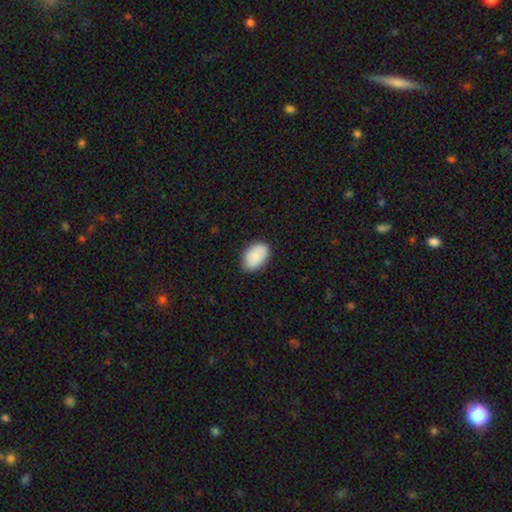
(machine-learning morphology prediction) This appears to be a smooth galaxy with no disk features (85%) that is in between round and cigar-shaped (89%). Merging: none (81%).